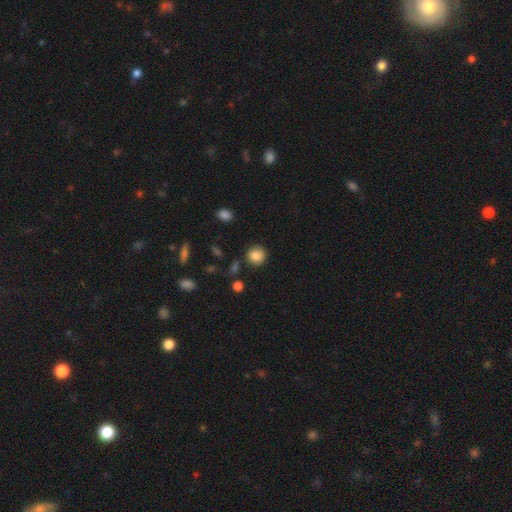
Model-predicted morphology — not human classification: This is clearly a smooth galaxy (85%). How rounded: clearly round (90%). Merging: clearly none (86%).